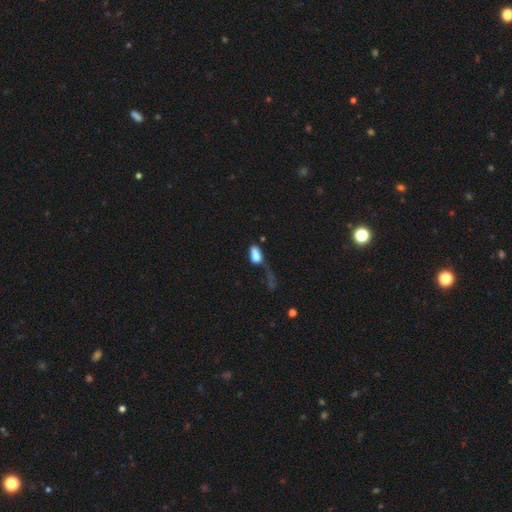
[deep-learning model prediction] smooth_or_featured: smooth (p=0.75) [alt: featured or disk p=0.15]
how_rounded: in between (p=0.87) [alt: round p=0.08]
merging: major disturbance (p=0.49) [alt: none p=0.21]